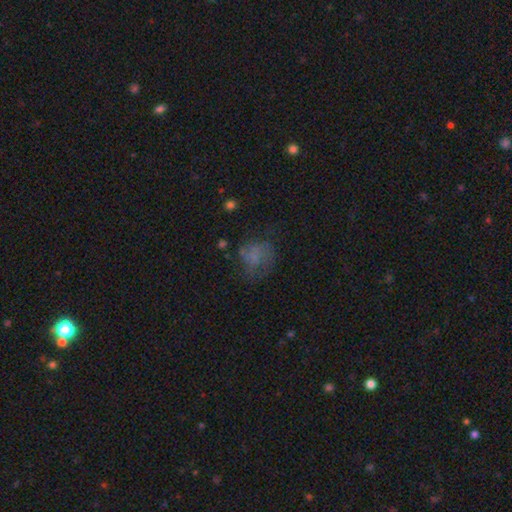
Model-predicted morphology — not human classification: A smooth galaxy with no disk features (52%) that is round (59%).

Vote fractions:
- Smooth or featured? smooth: 52% / featured or disk: 30% / star or artifact: 18%
- How rounded? round: 59% / in between: 39% / cigar-shaped: 1%
- Merging? none: 45% / major disturbance: 28% / minor disturbance: 23% / merger: 3%